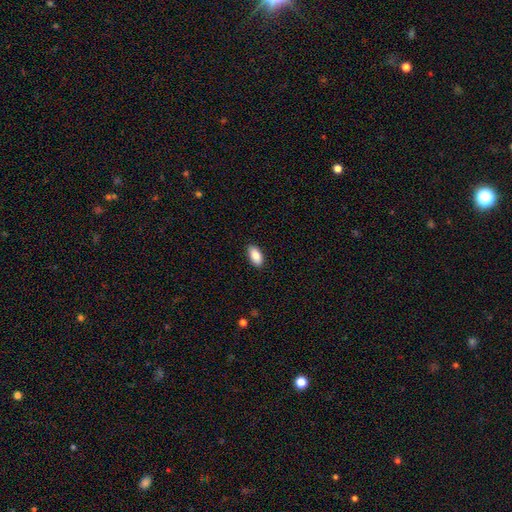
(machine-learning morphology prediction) This appears to be a smooth galaxy with no disk features (88%) that is in between round and cigar-shaped (92%). Merging: none (88%).